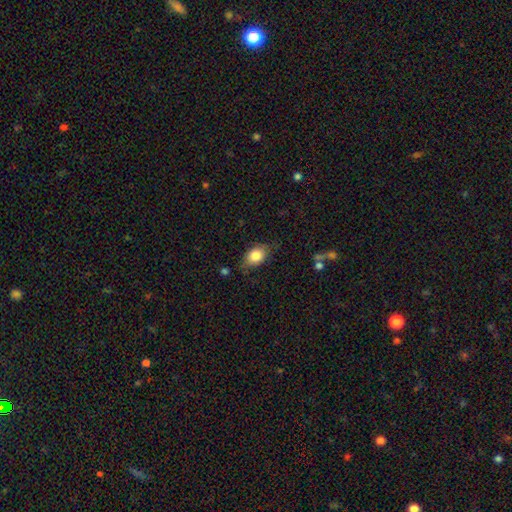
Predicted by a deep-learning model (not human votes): Smooth or featured?
  - smooth: 81% *
  - featured or disk: 11%
  - star or artifact: 8%
How rounded?
  - in between: 78% *
  - round: 20%
  - cigar-shaped: 2%
Merging?
  - none: 71% *
  - minor disturbance: 22%
  - major disturbance: 5%
  - merger: 2%